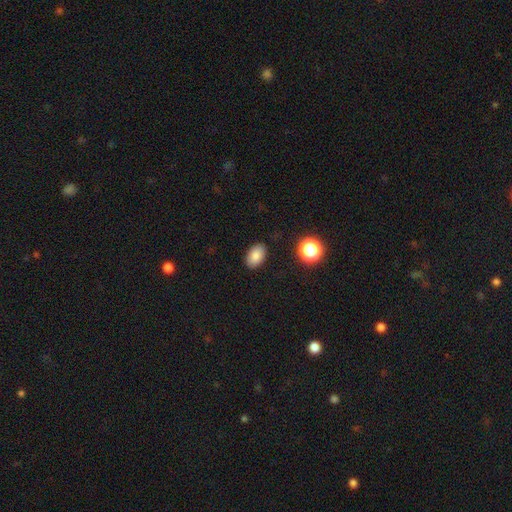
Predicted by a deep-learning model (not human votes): Smooth or featured? smooth (83%)
How rounded? in between (89%)
Merging? none (87%)